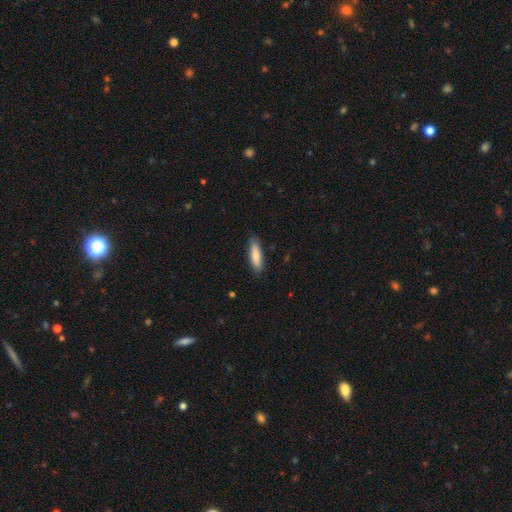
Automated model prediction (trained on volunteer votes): Overall: smooth (82%). How rounded: cigar-shaped (63%; in between 36%). Merging: none (86%).